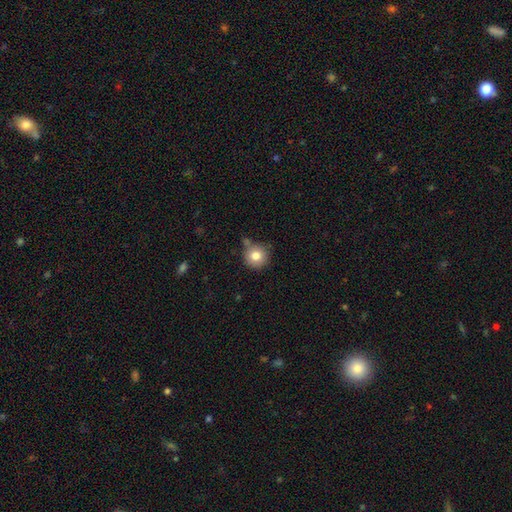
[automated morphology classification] smooth-or-featured: smooth: 80% | star or artifact: 10% | featured or disk: 9%
  how-rounded: round: 93% | in between: 6% | cigar-shaped: 1%
  merging: none: 73% | minor disturbance: 15% | merger: 8% | major disturbance: 4%